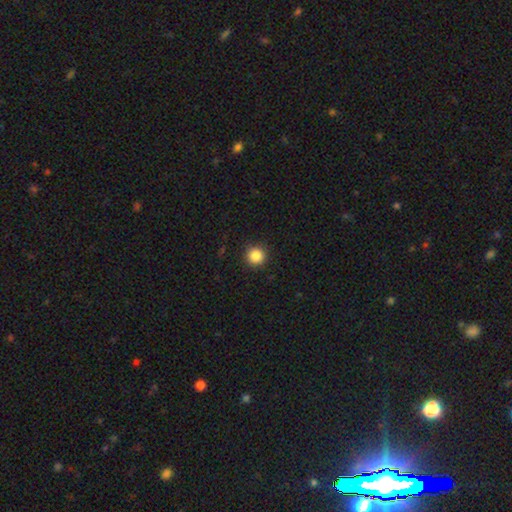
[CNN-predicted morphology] type=smooth (86%); roundness=round (95%); merging=none (92%).